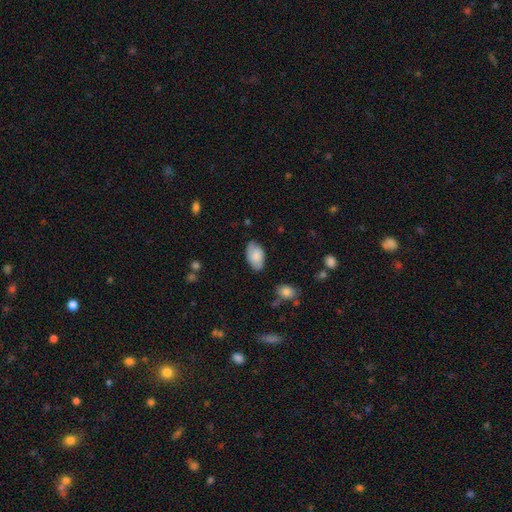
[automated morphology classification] Smooth or featured?
  - smooth: 79% *
  - featured or disk: 14%
  - star or artifact: 6%
How rounded?
  - in between: 94% *
  - round: 5%
  - cigar-shaped: 1%
Merging?
  - none: 77% *
  - minor disturbance: 19%
  - major disturbance: 3%
  - merger: 2%